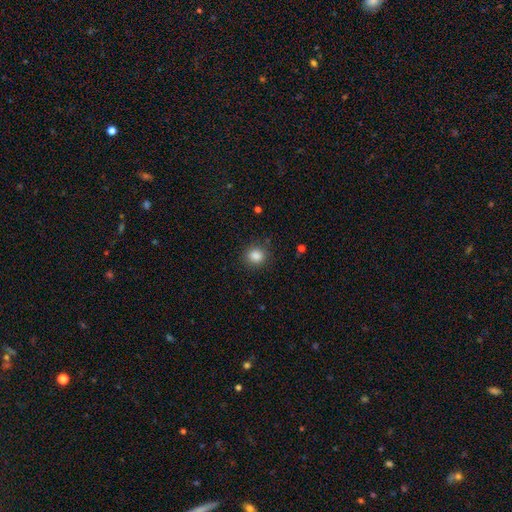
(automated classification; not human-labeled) The model was most divided on "how rounded": round: 78%, in between: 21%, cigar-shaped: 1%. More confident: merging — none (87%); smooth or featured — smooth (86%).